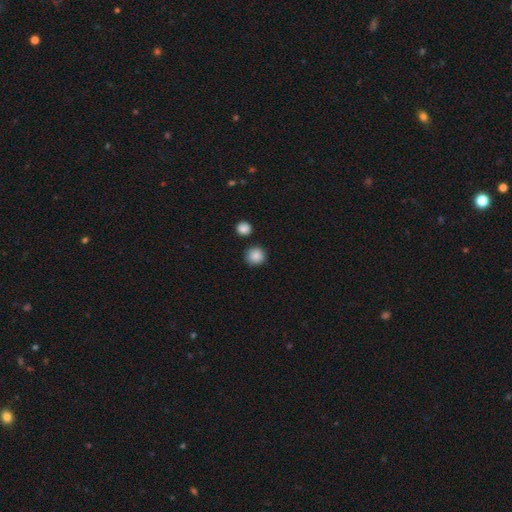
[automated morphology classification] smooth-or-featured: smooth: 88% | star or artifact: 9% | featured or disk: 3%
  how-rounded: round: 91% | in between: 8% | cigar-shaped: 1%
  merging: none: 86% | minor disturbance: 8% | merger: 4% | major disturbance: 2%